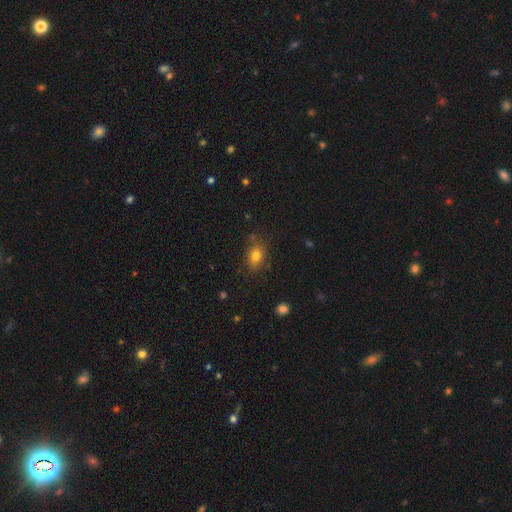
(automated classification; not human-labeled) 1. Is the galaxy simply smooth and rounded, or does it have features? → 80% smooth, 11% star or artifact, 9% featured or disk.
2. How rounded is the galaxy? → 72% in between, 26% round, 2% cigar-shaped.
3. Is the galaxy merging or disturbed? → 79% none, 14% minor disturbance, 4% major disturbance, 3% merger.